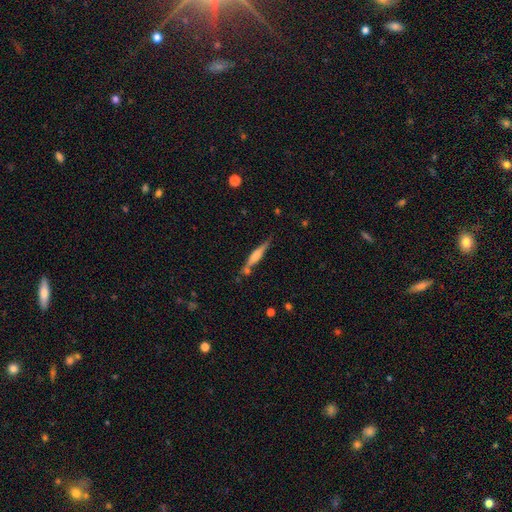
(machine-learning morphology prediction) smooth_or_featured: featured or disk (p=0.50) [alt: smooth p=0.43]
disk_edge_on: yes (p=0.95) [alt: no p=0.05]
merging: none (p=0.70) [alt: minor disturbance p=0.16]